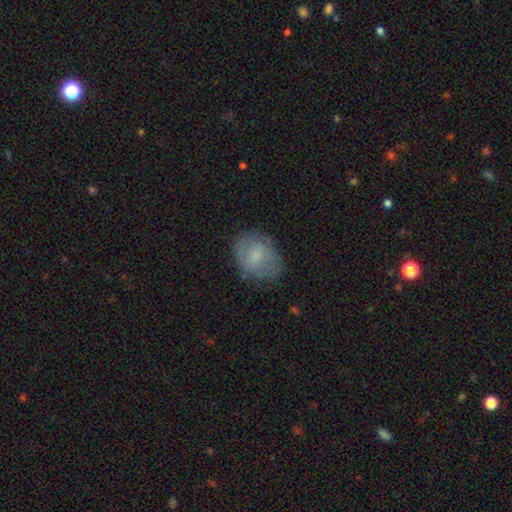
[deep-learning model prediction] Smooth or featured: smooth — 64% (featured or disk — 28%)
How rounded: in between — 65% (round — 34%)
Merging: none — 65% (minor disturbance — 24%)